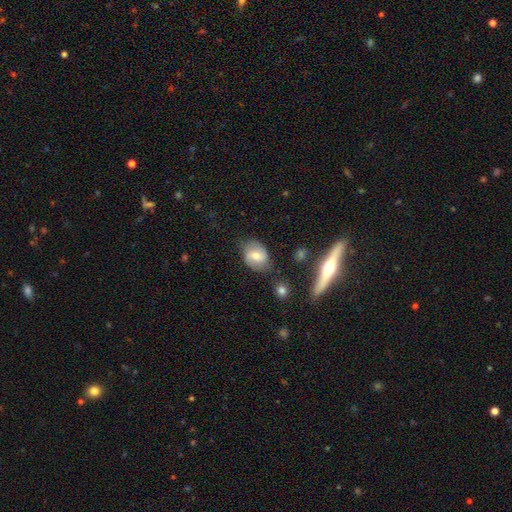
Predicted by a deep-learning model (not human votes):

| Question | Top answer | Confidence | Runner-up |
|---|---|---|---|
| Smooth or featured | smooth | 54% | featured or disk (38%) |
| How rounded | in between | 63% | round (35%) |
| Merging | none | 72% | minor disturbance (19%) |